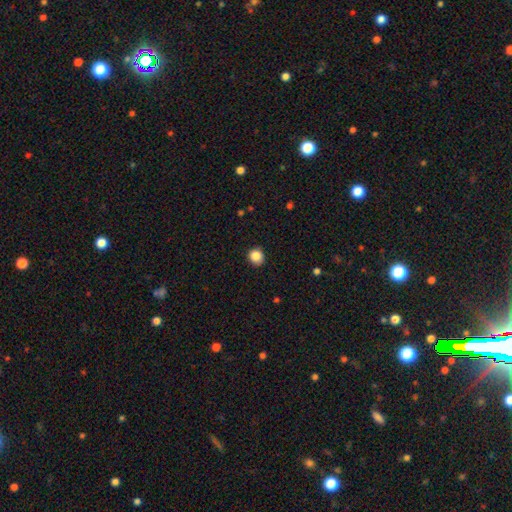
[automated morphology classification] Overall: smooth (86%). How rounded: round (86%). Merging: none (90%).